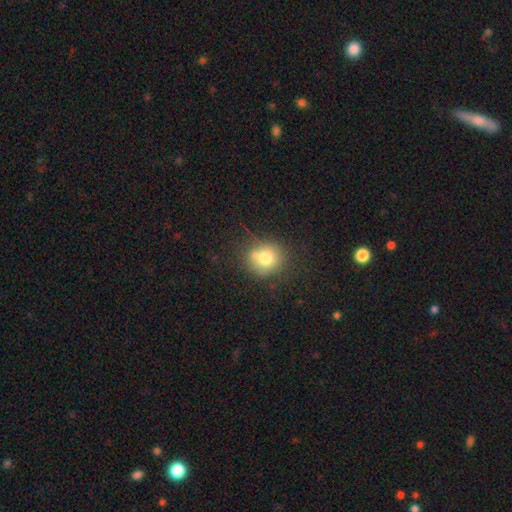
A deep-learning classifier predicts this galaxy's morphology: Smooth or featured?
  - smooth: 74% *
  - star or artifact: 14%
  - featured or disk: 13%
How rounded?
  - round: 84% *
  - in between: 15%
  - cigar-shaped: 1%
Merging?
  - none: 66% *
  - merger: 15%
  - minor disturbance: 15%
  - major disturbance: 4%